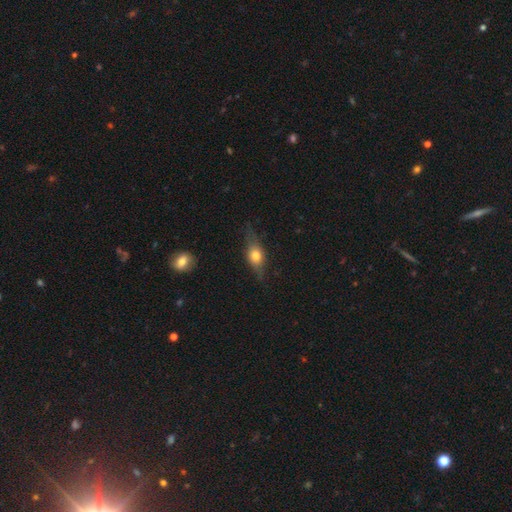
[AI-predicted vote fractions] This is possibly a smooth galaxy (59%). How rounded: likely in between (60%). Merging: likely none (66%).